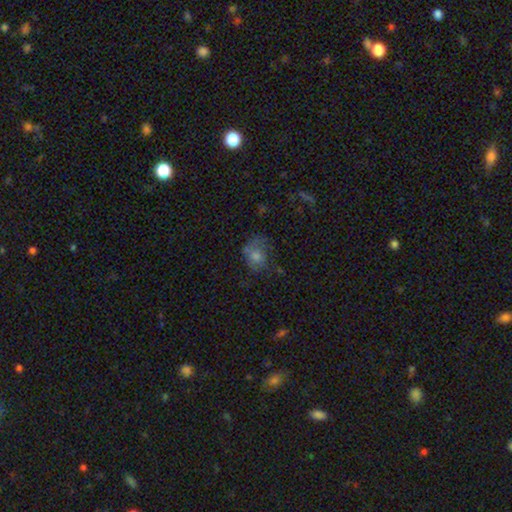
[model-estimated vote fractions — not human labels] smooth_or_featured: smooth (p=0.56) [alt: featured or disk p=0.27]
how_rounded: in between (p=0.50) [alt: round p=0.49]
merging: none (p=0.44) [alt: minor disturbance p=0.27]